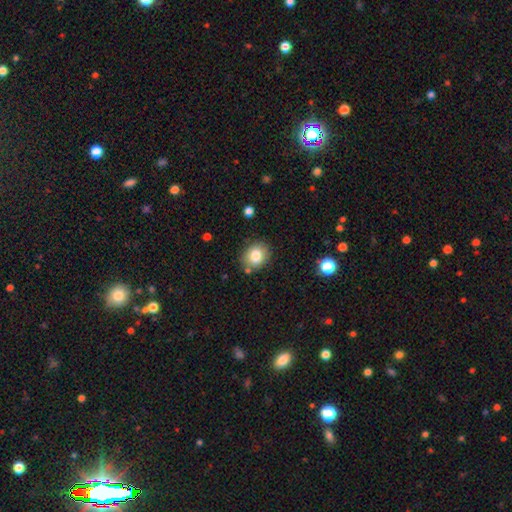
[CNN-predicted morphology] A smooth galaxy with no disk features (81%) that is round (64%).

Vote fractions:
- Smooth or featured? smooth: 81% / star or artifact: 10% / featured or disk: 9%
- How rounded? round: 64% / in between: 35% / cigar-shaped: 1%
- Merging? none: 82% / minor disturbance: 12% / merger: 4% / major disturbance: 3%